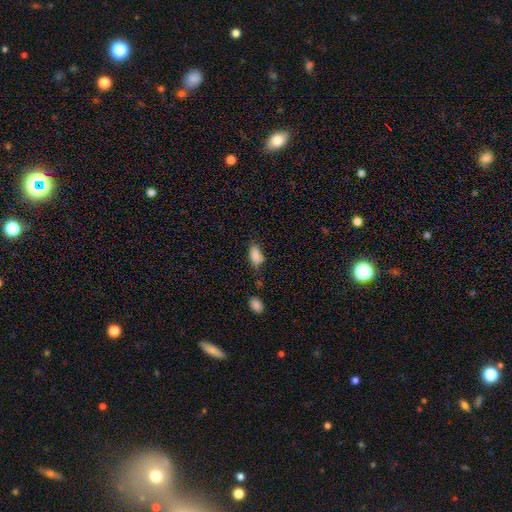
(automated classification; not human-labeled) smooth_or_featured: smooth (p=0.85) [alt: star or artifact p=0.09]
how_rounded: in between (p=0.90) [alt: cigar-shaped p=0.06]
merging: none (p=0.55) [alt: minor disturbance p=0.29]